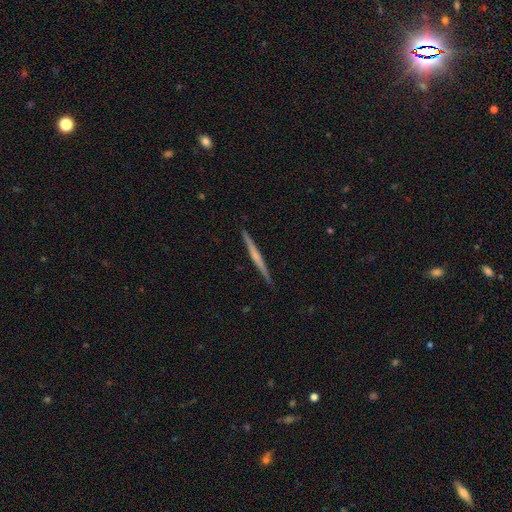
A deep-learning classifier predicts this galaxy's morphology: Q: Smooth or featured?
A: featured or disk (62%); runner-up: smooth (32%)
Q: Edge-on disk?
A: yes (98%); runner-up: no (2%)
Q: Edge-on bulge?
A: none (62%); runner-up: rounded (30%)
Q: Merging?
A: none (92%); runner-up: minor disturbance (6%)